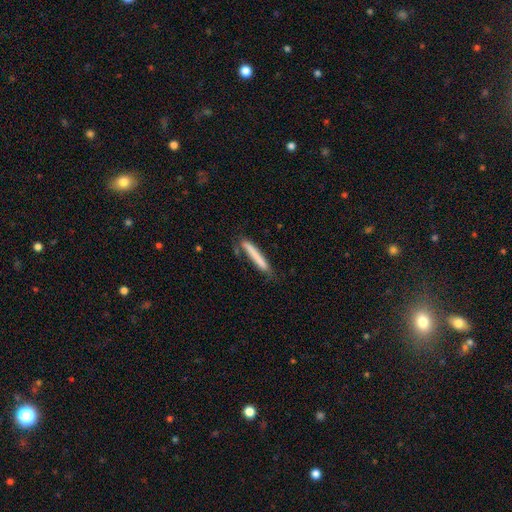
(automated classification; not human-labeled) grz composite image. It shows a smooth galaxy with no disk features (74%) that is cigar-shaped (95%). Merging: none (71%).